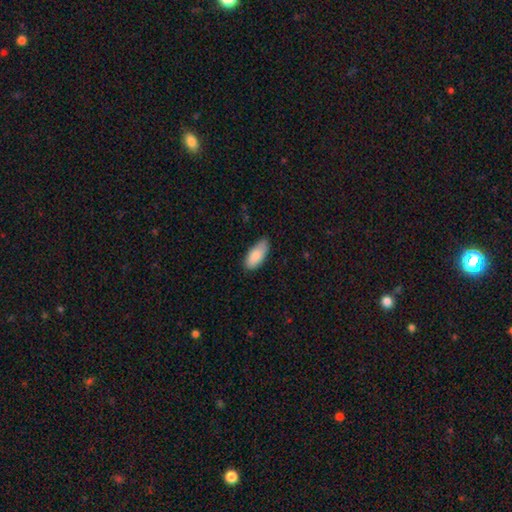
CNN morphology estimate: type=smooth (87%); roundness=in between (88%); merging=none (74%).